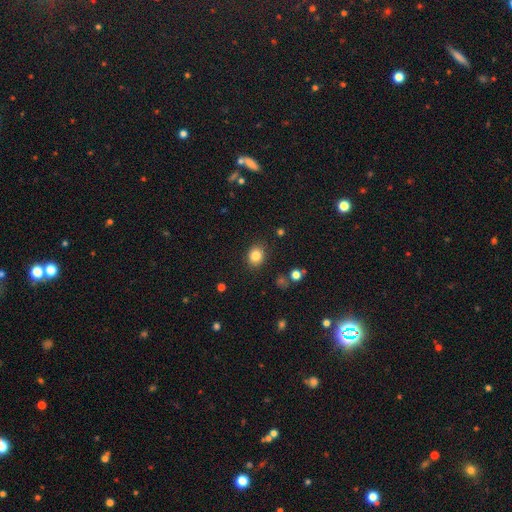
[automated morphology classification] Smooth or featured? smooth (83%)
How rounded? round (63%)
Merging? none (87%)